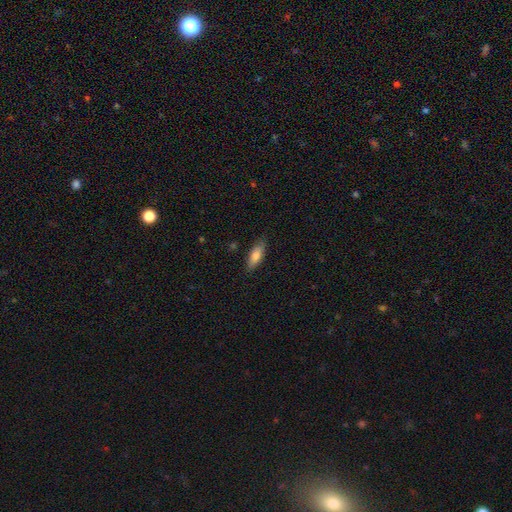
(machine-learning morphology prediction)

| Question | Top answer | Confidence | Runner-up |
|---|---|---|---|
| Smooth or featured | smooth | 76% | featured or disk (18%) |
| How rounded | in between | 56% | cigar-shaped (42%) |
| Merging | none | 83% | minor disturbance (13%) |